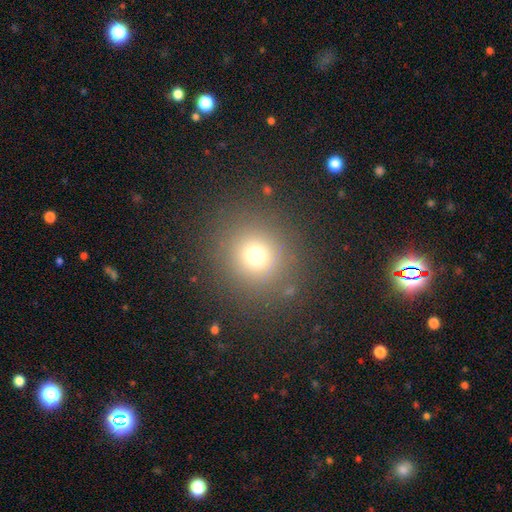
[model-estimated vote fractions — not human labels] Smooth or featured? smooth (70%)
How rounded? round (93%)
Merging? none (86%)